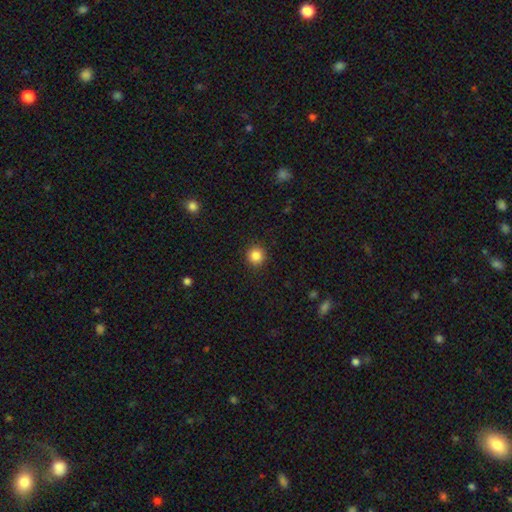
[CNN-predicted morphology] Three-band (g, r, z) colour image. It shows a smooth galaxy with no disk features (85%) that is round (94%). Merging: none (92%).